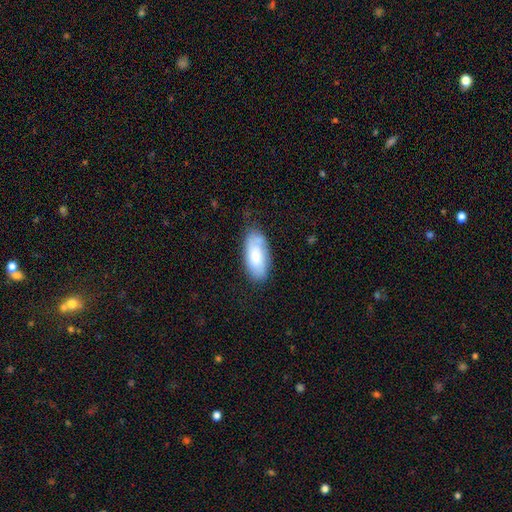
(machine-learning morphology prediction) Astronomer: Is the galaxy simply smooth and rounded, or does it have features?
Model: smooth — 64%.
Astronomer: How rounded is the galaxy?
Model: in between — 89%.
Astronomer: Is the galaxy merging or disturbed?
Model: none — 70%.